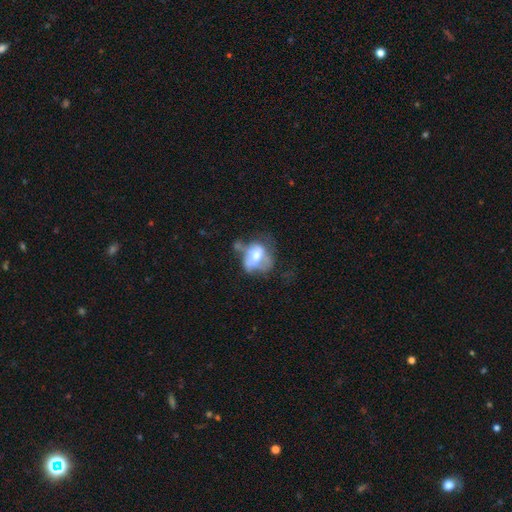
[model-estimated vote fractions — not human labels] smooth 46%, featured or disk 44%, star or artifact 10%. Down the decision tree: merging — major disturbance (36%).